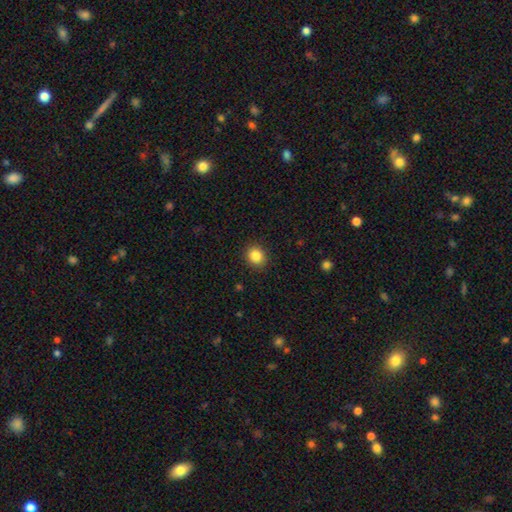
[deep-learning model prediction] Morphology: type=smooth (85%); roundness=round (76%); merging=none (91%).